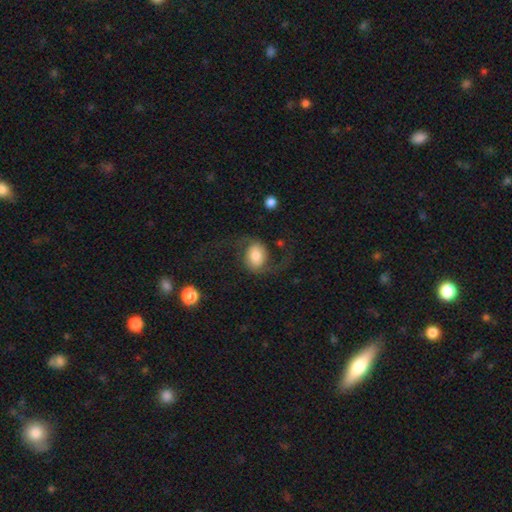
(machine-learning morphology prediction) type=featured or disk (64%); edge-on=no (97%); bar=no (45%); spiral arms=yes (93%); winding=loose (76%); arm count=2 (93%); bulge=moderate (40%); merging=none (62%).